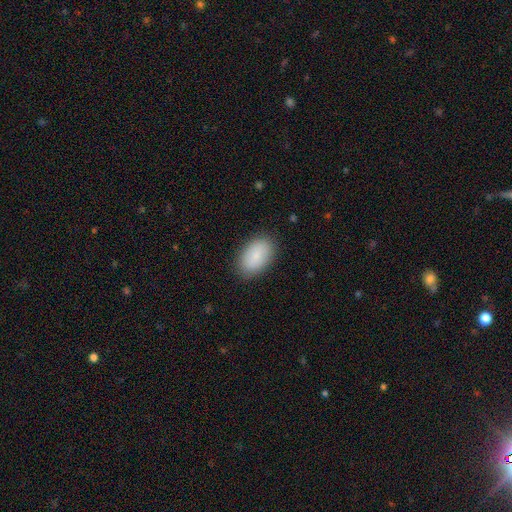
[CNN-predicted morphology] smooth-or-featured: smooth: 85% | featured or disk: 8% | star or artifact: 6%
  how-rounded: in between: 93% | round: 6% | cigar-shaped: 1%
  merging: none: 86% | minor disturbance: 10% | major disturbance: 3% | merger: 1%